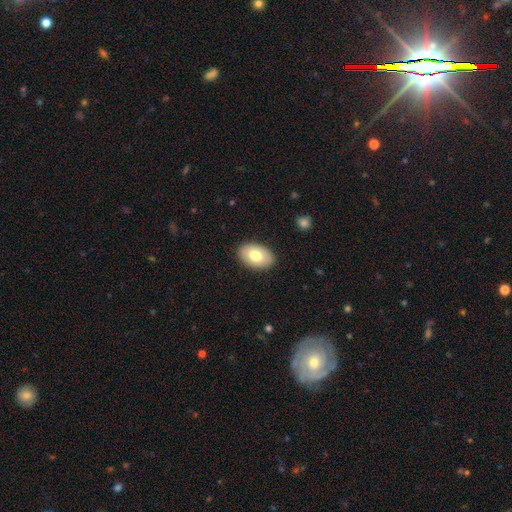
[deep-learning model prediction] Morphology: type=smooth (72%); roundness=in between (91%); merging=none (88%).